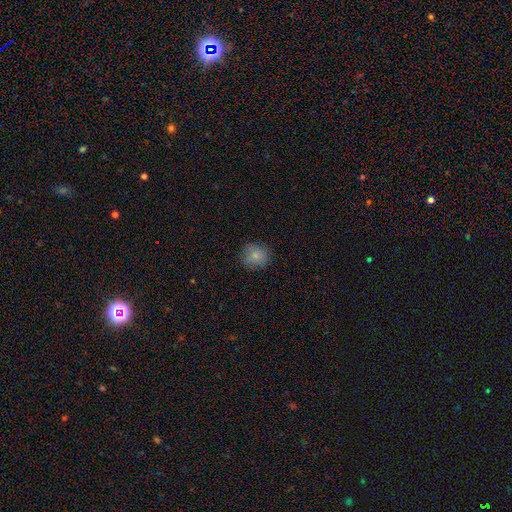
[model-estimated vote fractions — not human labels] The model was most divided on "merging": none: 84%, minor disturbance: 12%, major disturbance: 3%, merger: 1%. More confident: how rounded — round (87%); smooth or featured — smooth (84%).